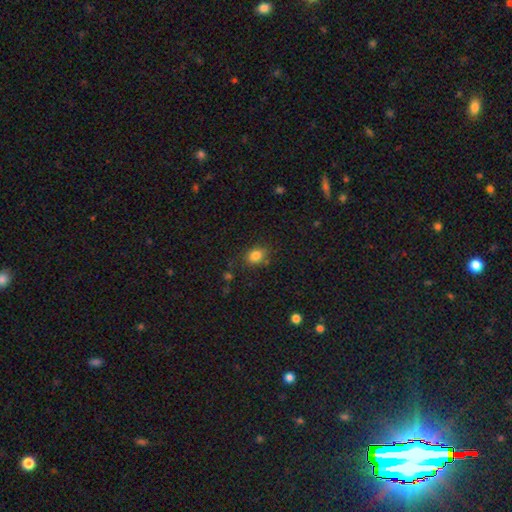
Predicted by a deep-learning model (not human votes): Smooth or featured?
  - smooth: 82% *
  - star or artifact: 12%
  - featured or disk: 7%
How rounded?
  - in between: 51% *
  - round: 47%
  - cigar-shaped: 1%
Merging?
  - none: 75% *
  - minor disturbance: 16%
  - merger: 5%
  - major disturbance: 4%